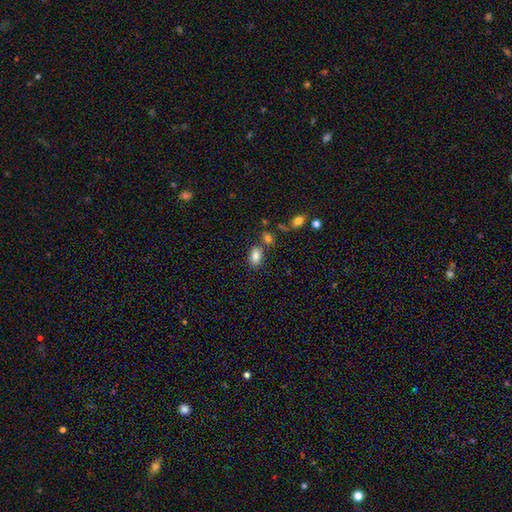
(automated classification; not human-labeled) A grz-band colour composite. It shows a smooth galaxy with no disk features (84%) that is in between round and cigar-shaped (87%). Merging: none (70%).